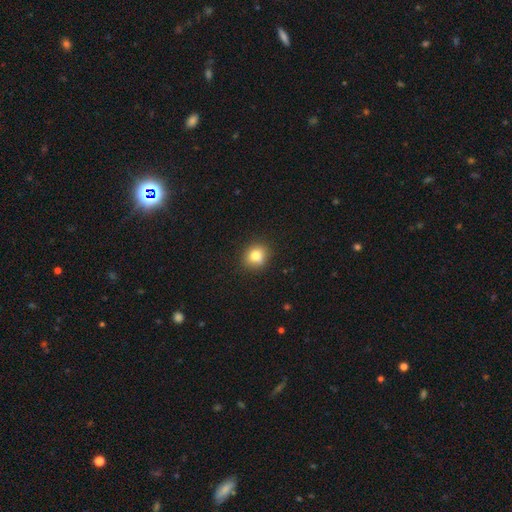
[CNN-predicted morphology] This appears to be a smooth galaxy with no disk features (81%) that is round (72%). Merging: none (87%).